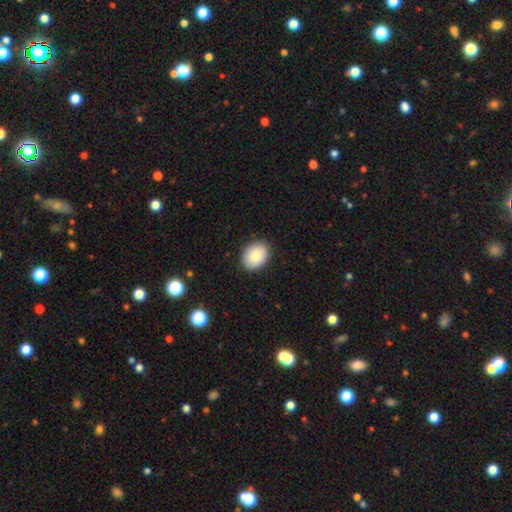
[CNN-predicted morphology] Smooth or featured: smooth — 82% (featured or disk — 11%)
How rounded: in between — 62% (round — 37%)
Merging: none — 89% (minor disturbance — 8%)